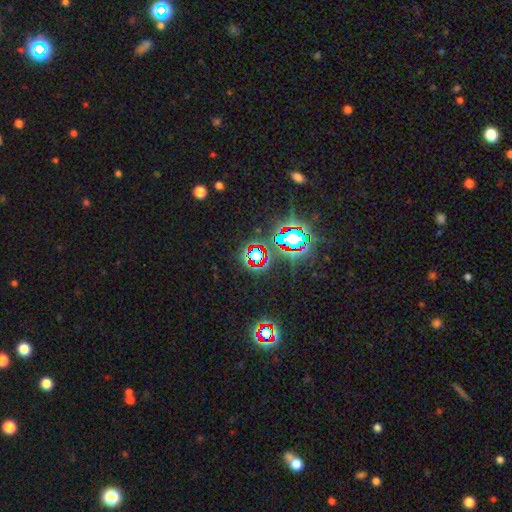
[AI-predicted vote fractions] Smooth or featured? star or artifact (81%)